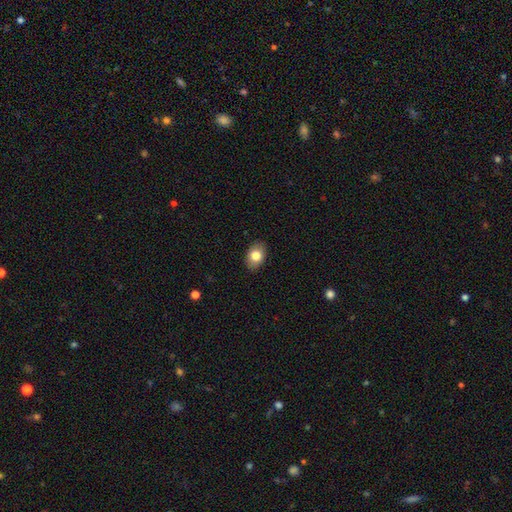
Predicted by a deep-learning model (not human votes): Smooth or featured?
  - smooth: 81% *
  - featured or disk: 12%
  - star or artifact: 8%
How rounded?
  - in between: 82% *
  - round: 17%
  - cigar-shaped: 1%
Merging?
  - none: 87% *
  - minor disturbance: 10%
  - major disturbance: 2%
  - merger: 1%